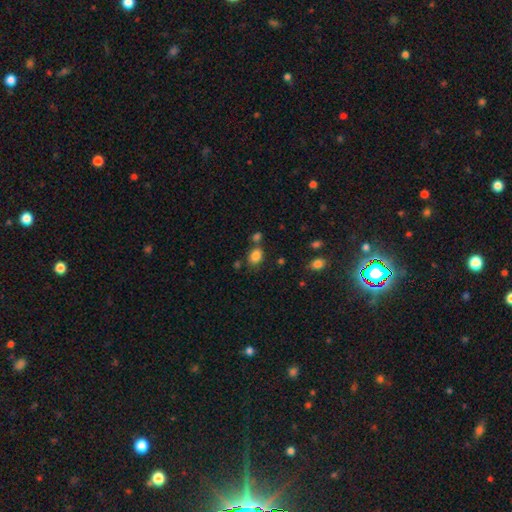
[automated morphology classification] Smooth or featured? Predicted: smooth (p=0.84). How rounded? Predicted: in between (p=0.68). Merging? Predicted: none (p=0.65).